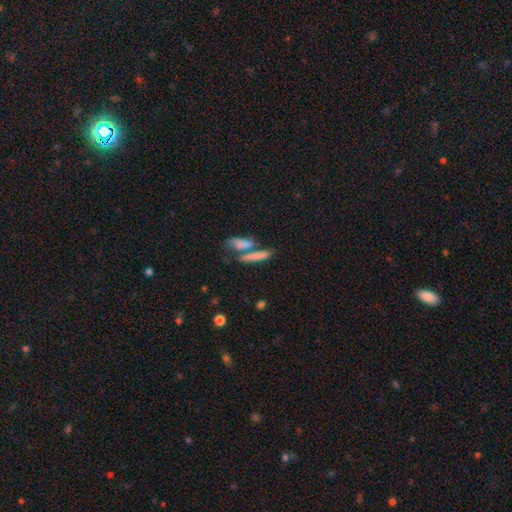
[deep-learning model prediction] Morphology: type=smooth (72%); roundness=cigar-shaped (74%); merging=none (46%).